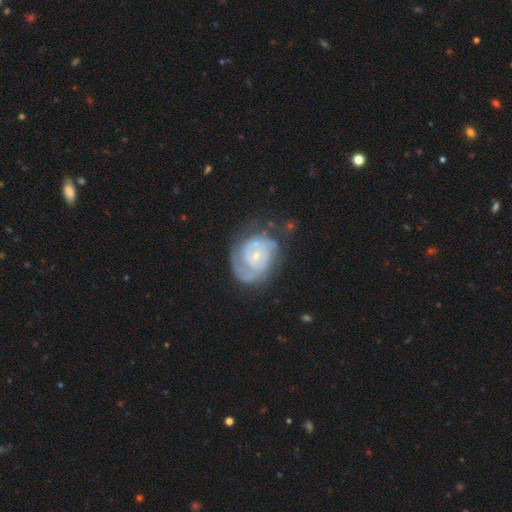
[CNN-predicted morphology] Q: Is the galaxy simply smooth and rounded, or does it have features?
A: featured or disk — 83%.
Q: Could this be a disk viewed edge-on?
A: no — 98%.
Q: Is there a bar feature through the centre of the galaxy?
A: no — 65%.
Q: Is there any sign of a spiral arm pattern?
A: yes — 92%.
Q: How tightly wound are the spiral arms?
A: tight — 67%.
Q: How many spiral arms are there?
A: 2 — 45%.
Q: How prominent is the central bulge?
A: small — 70%.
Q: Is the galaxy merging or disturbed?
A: none — 61%.